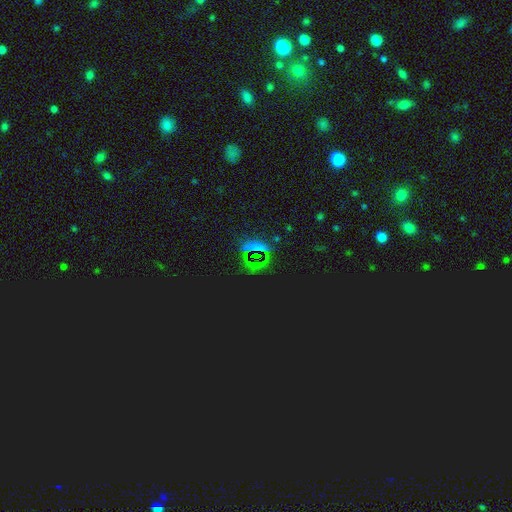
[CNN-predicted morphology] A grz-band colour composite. It shows a star or artifact, not a galaxy (76%).